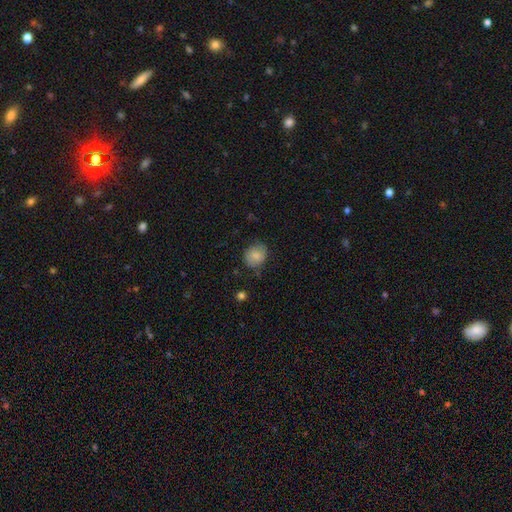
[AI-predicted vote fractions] Smooth or featured?
  - smooth: 79% *
  - featured or disk: 14%
  - star or artifact: 8%
How rounded?
  - round: 69% *
  - in between: 30%
  - cigar-shaped: 1%
Merging?
  - none: 72% *
  - minor disturbance: 21%
  - major disturbance: 5%
  - merger: 1%